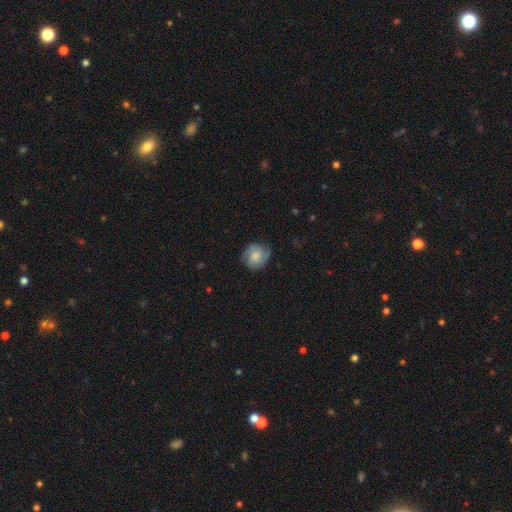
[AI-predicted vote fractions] Smooth or featured?
  - featured or disk: 59% *
  - smooth: 33%
  - star or artifact: 8%
Edge-on disk?
  - no: 97% *
  - yes: 3%
Bar?
  - no: 70% *
  - weak: 26%
  - strong: 4%
Spiral arms?
  - yes: 92% *
  - no: 8%
Spiral winding?
  - tight: 48% *
  - medium: 39%
  - loose: 13%
Spiral arm count?
  - 2: 49% *
  - 3: 23%
  - can't tell: 17%
  - 4: 4%
  - 1: 4%
  - more than 4: 3%
Bulge size?
  - moderate: 49% *
  - small: 29%
  - large: 12%
  - none: 8%
  - dominant: 2%
Merging?
  - none: 75% *
  - minor disturbance: 18%
  - major disturbance: 6%
  - merger: 1%